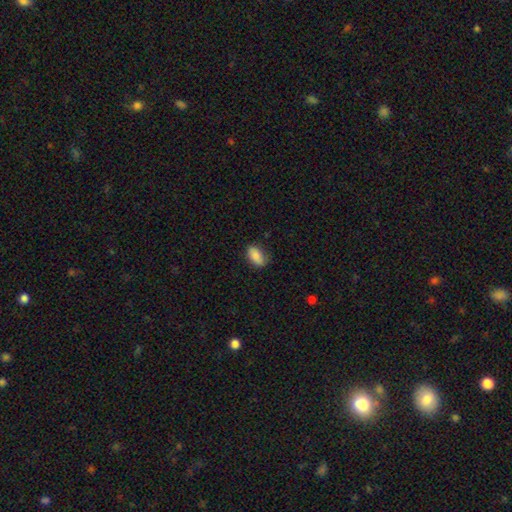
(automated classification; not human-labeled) A smooth galaxy with no disk features (85%) that is in between round and cigar-shaped (91%). Merging: none (76%).